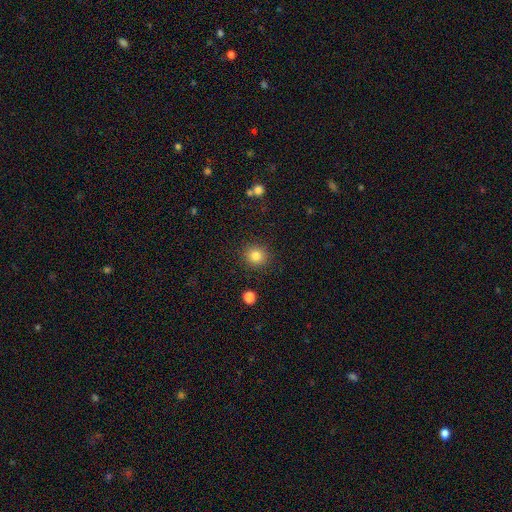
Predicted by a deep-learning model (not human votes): Overall: smooth (83%). How rounded: round (90%). Merging: none (90%).